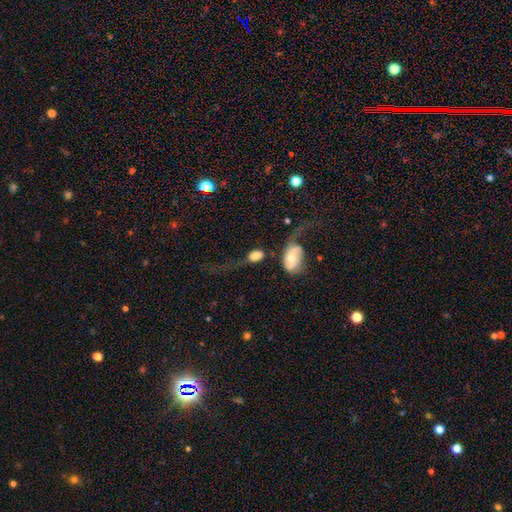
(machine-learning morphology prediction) Smooth or featured? smooth (65%)
How rounded? in between (80%)
Merging? major disturbance (38%)